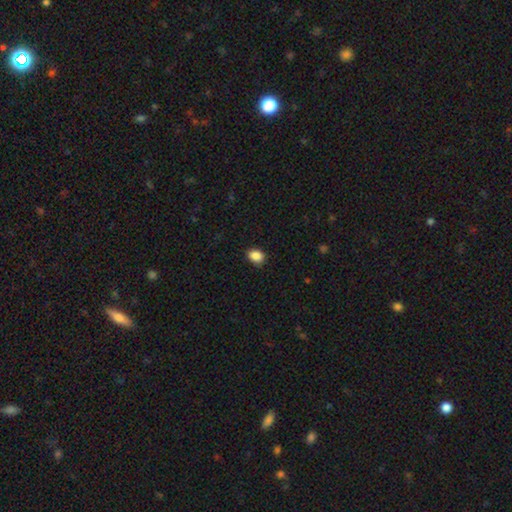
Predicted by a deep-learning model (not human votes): Smooth or featured: smooth — 88% (star or artifact — 9%)
How rounded: in between — 67% (round — 32%)
Merging: none — 85% (minor disturbance — 12%)